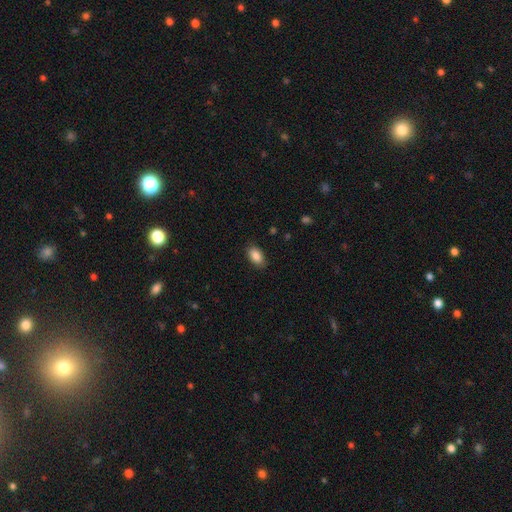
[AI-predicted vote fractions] smooth_or_featured: smooth (p=0.88) [alt: star or artifact p=0.07]
how_rounded: in between (p=0.92) [alt: round p=0.06]
merging: none (p=0.85) [alt: minor disturbance p=0.11]